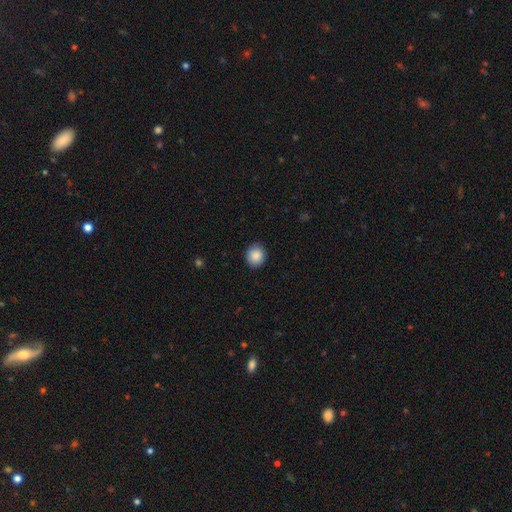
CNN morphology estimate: A smooth galaxy with no disk features (88%) that is round (85%).

Vote fractions:
- Smooth or featured? smooth: 88% / star or artifact: 8% / featured or disk: 4%
- How rounded? round: 85% / in between: 14% / cigar-shaped: 1%
- Merging? none: 88% / minor disturbance: 9% / major disturbance: 2% / merger: 1%